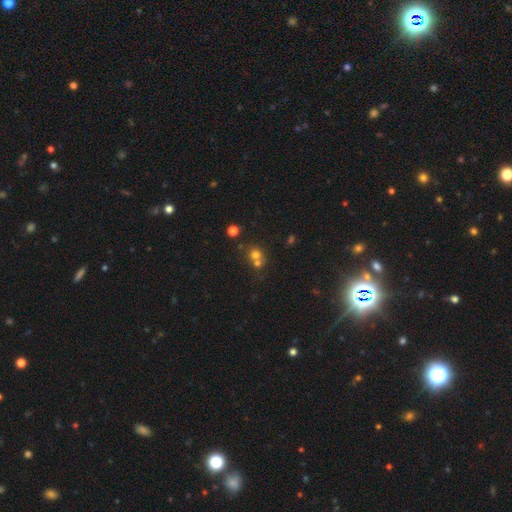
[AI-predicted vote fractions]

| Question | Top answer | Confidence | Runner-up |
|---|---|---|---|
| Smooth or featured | smooth | 67% | star or artifact (19%) |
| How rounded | round | 83% | in between (16%) |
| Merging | merger | 50% | none (41%) |